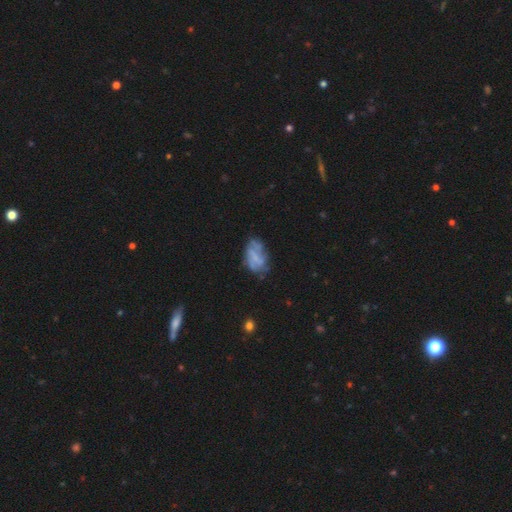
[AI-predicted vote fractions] Smooth or featured?
  - featured or disk: 54% *
  - smooth: 35%
  - star or artifact: 11%
Edge-on disk?
  - no: 97% *
  - yes: 3%
Bar?
  - no: 65% *
  - weak: 26%
  - strong: 9%
Spiral arms?
  - no: 53% *
  - yes: 47%
Bulge size?
  - none: 60% *
  - small: 26%
  - moderate: 11%
  - large: 2%
  - dominant: 1%
Merging?
  - none: 52% *
  - minor disturbance: 27%
  - major disturbance: 17%
  - merger: 4%